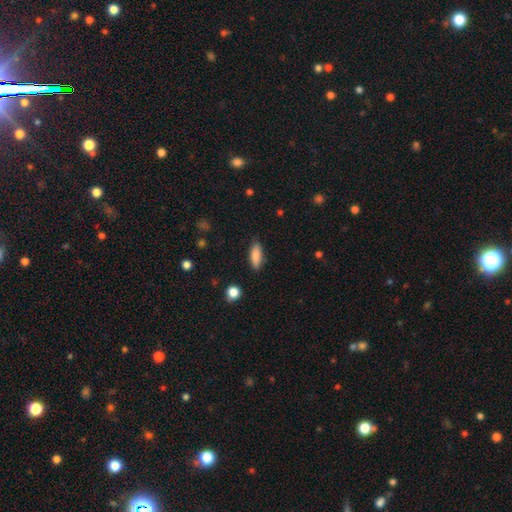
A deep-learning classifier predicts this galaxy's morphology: The model was most divided on "how rounded": in between: 61%, cigar-shaped: 36%, round: 2%. More confident: smooth or featured — smooth (85%); merging — none (83%).